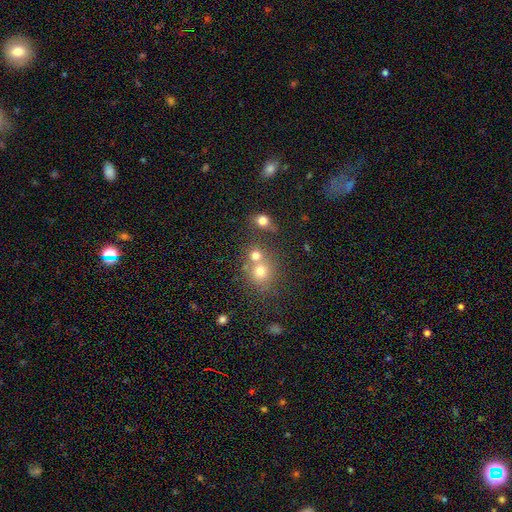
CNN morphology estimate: This appears to be a smooth galaxy with no disk features (70%) that is round (82%). Merging: none (47%).